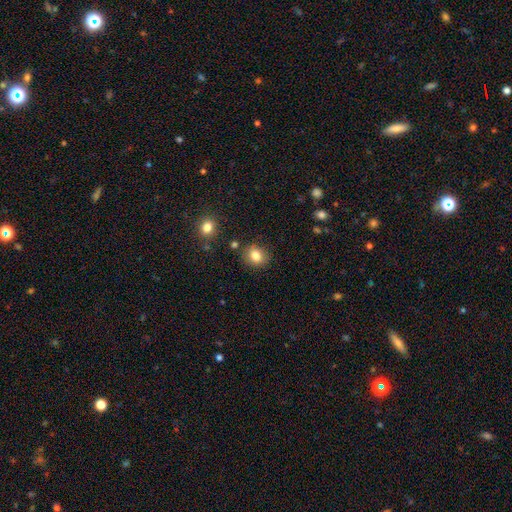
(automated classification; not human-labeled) Smooth or featured?
  - smooth: 82% *
  - star or artifact: 10%
  - featured or disk: 7%
How rounded?
  - round: 61% *
  - in between: 39%
  - cigar-shaped: 1%
Merging?
  - none: 82% *
  - minor disturbance: 11%
  - merger: 4%
  - major disturbance: 3%